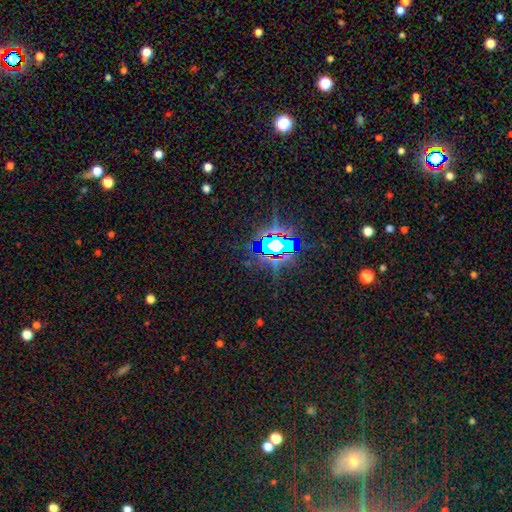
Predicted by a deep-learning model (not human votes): Overall: star or artifact (77%).